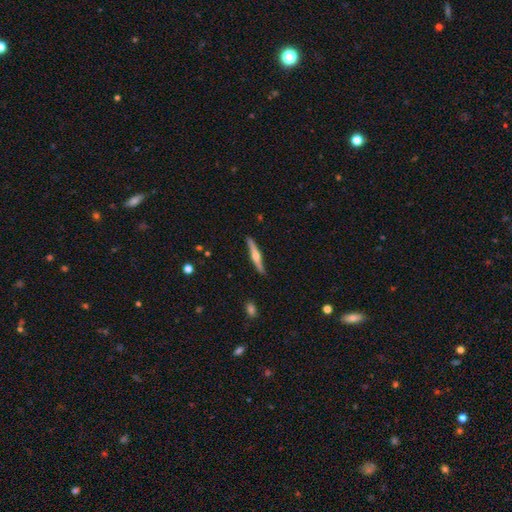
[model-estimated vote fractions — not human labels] This is likely a featured or disk galaxy (64%). It is clearly viewed edge-on (96%). Edge-on bulge: clearly rounded (88%). Merging: clearly none (86%).